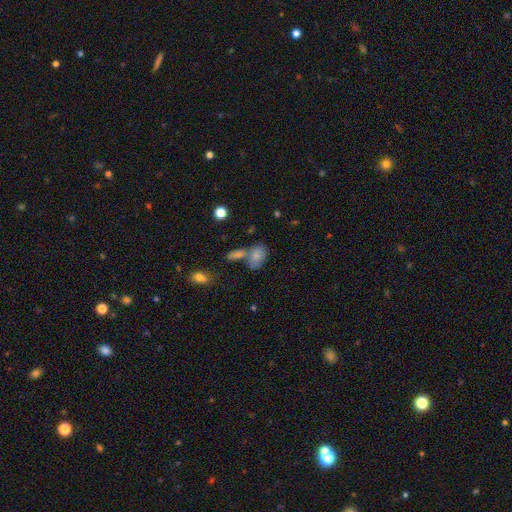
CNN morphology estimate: smooth-or-featured: smooth: 78% | featured or disk: 13% | star or artifact: 9%
  how-rounded: in between: 86% | round: 12% | cigar-shaped: 2%
  merging: none: 44% | merger: 36% | minor disturbance: 14% | major disturbance: 6%